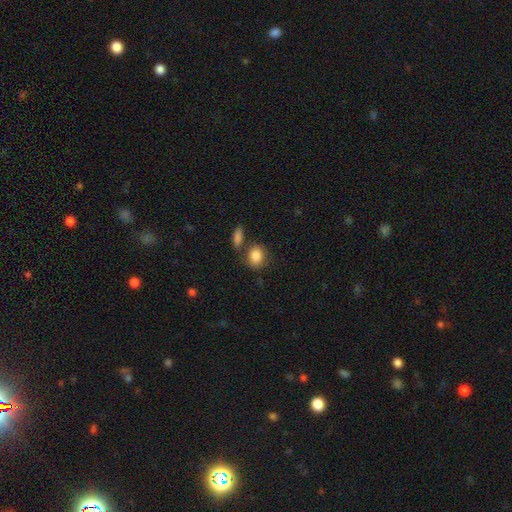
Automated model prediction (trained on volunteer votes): Smooth or featured? smooth (85%)
How rounded? in between (52%)
Merging? none (63%)